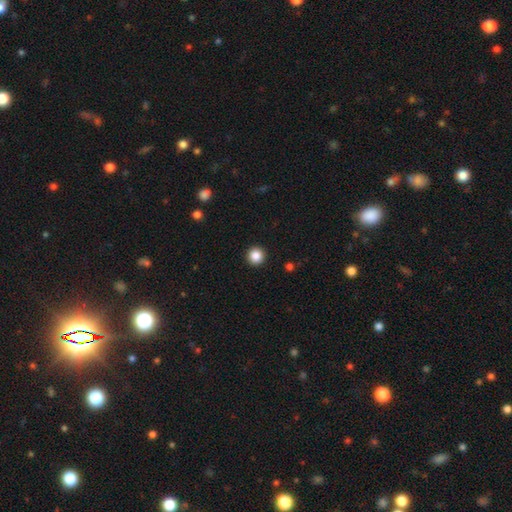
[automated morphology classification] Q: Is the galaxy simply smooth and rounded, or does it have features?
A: smooth — 86%.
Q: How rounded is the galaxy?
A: round — 96%.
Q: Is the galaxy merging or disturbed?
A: none — 94%.